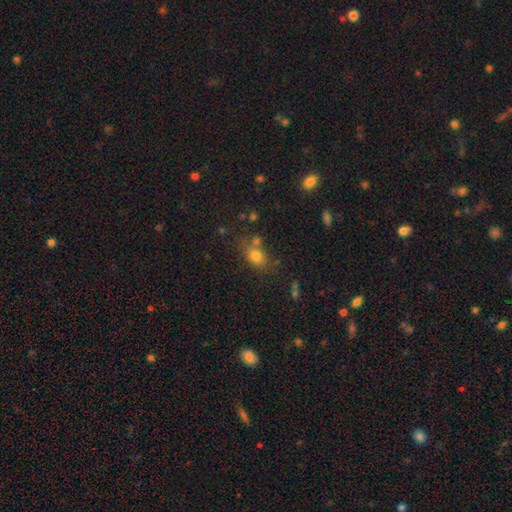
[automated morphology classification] The model was most divided on "how rounded": in between: 65%, round: 32%, cigar-shaped: 3%. More confident: smooth or featured — smooth (76%); merging — none (59%).